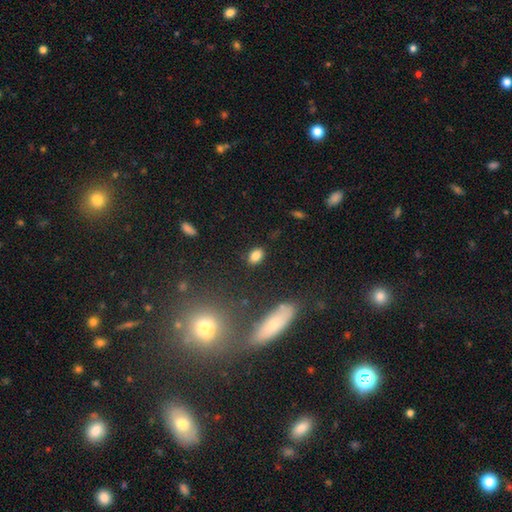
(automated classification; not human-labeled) A smooth galaxy with no disk features (83%) that is in between round and cigar-shaped (83%). Merging: none (83%).